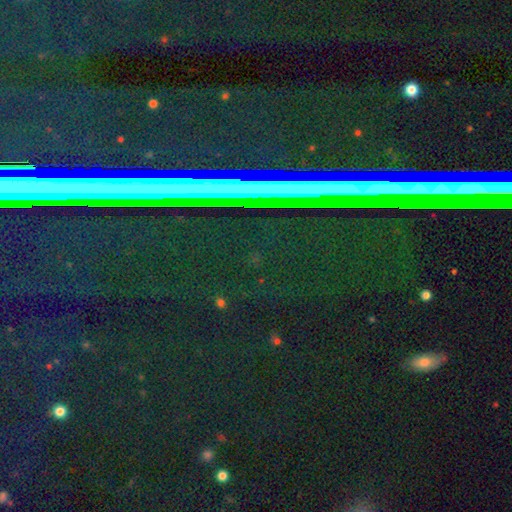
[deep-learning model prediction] A star or artifact, not a galaxy (79%).

Vote fractions:
- Smooth or featured? star or artifact: 79% / featured or disk: 11% / smooth: 10%